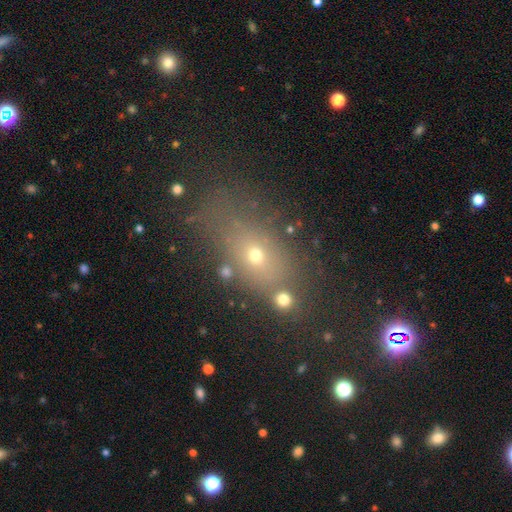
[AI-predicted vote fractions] The model was most divided on "smooth or featured": smooth: 56%, star or artifact: 24%, featured or disk: 19%. More confident: how rounded — in between (65%); merging — none (62%).